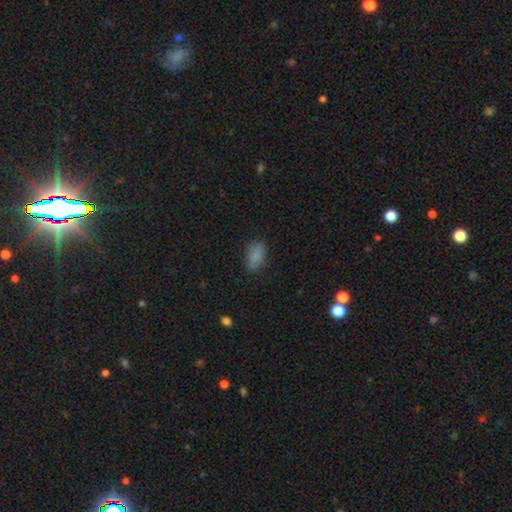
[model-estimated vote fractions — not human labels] Smooth or featured? Predicted: smooth (p=0.84). How rounded? Predicted: in between (p=0.91). Merging? Predicted: none (p=0.77).